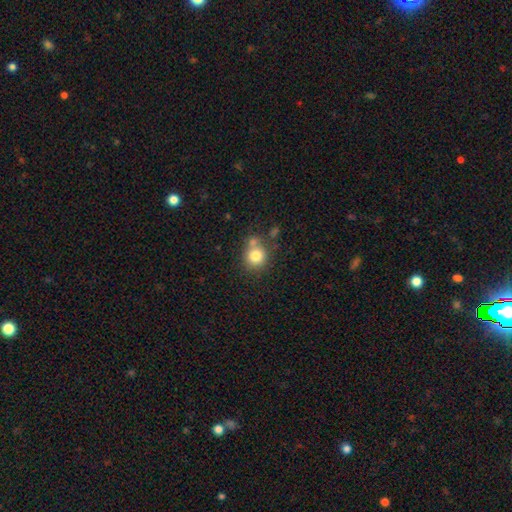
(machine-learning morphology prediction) Overall: smooth (79%). How rounded: round (85%). Merging: none (59%; merger 25%).